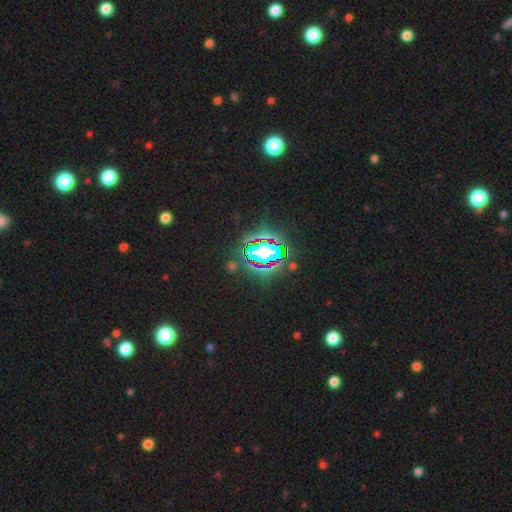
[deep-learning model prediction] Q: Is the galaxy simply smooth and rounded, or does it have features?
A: star or artifact — 84%.